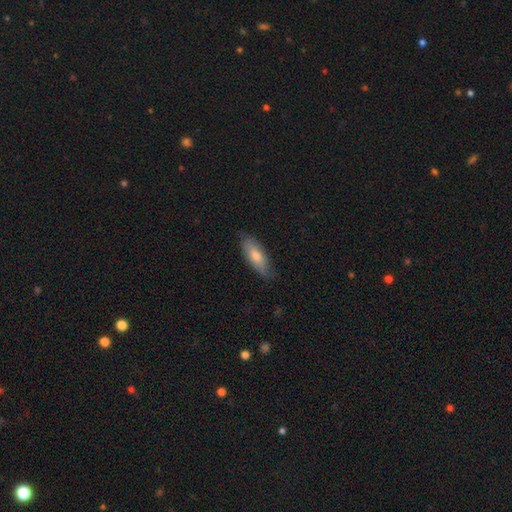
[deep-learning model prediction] smooth_or_featured: smooth (p=0.71) [alt: featured or disk p=0.23]
how_rounded: in between (p=0.67) [alt: cigar-shaped p=0.31]
merging: none (p=0.79) [alt: minor disturbance p=0.17]